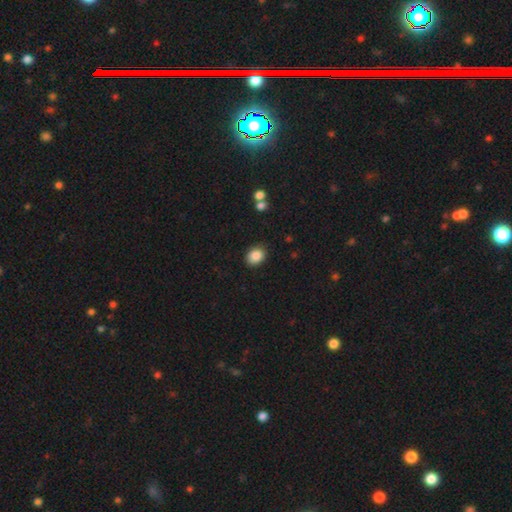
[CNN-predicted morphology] Smooth or featured? smooth (86%)
How rounded? in between (51%)
Merging? none (87%)